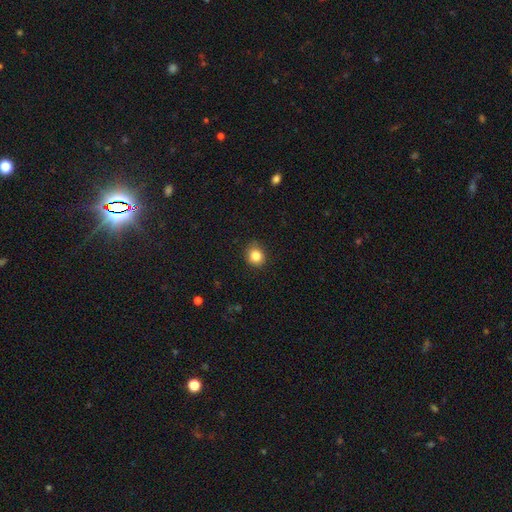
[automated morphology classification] Smooth or featured? Predicted: smooth (p=0.84). How rounded? Predicted: round (p=0.79). Merging? Predicted: none (p=0.85).